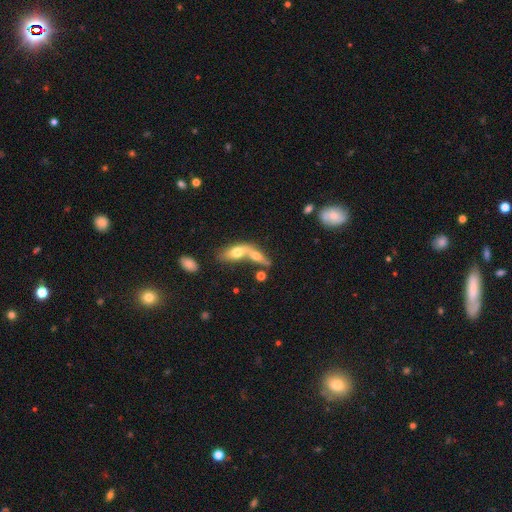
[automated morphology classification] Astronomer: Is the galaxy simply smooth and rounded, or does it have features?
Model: smooth — 53% (runner-up: featured or disk, 37%).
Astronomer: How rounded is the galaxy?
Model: in between — 59%.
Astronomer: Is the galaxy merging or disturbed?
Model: merger — 65%.